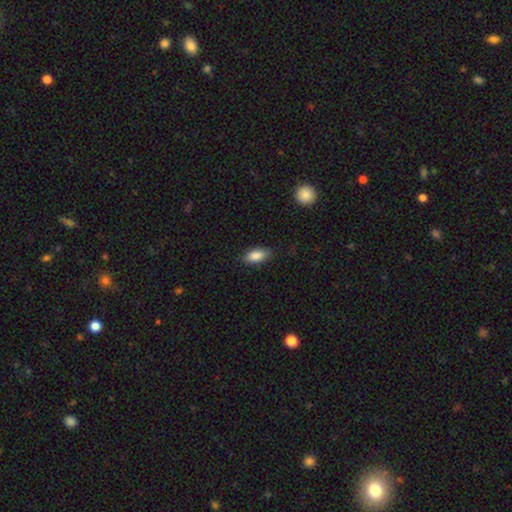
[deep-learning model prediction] Morphology: type=smooth (87%); roundness=in between (86%); merging=none (82%).